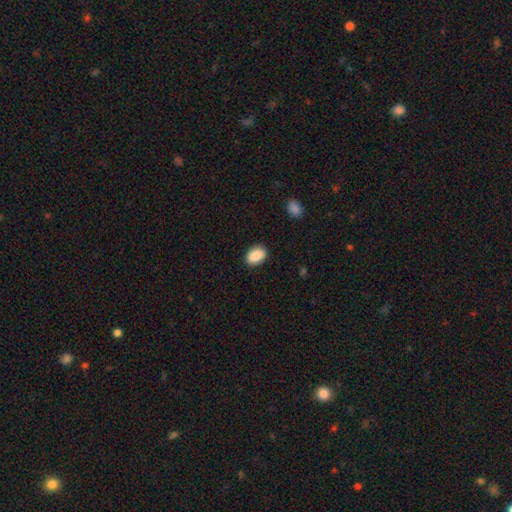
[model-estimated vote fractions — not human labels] smooth_or_featured: smooth (p=0.89) [alt: star or artifact p=0.07]
how_rounded: in between (p=0.84) [alt: round p=0.15]
merging: none (p=0.87) [alt: minor disturbance p=0.10]